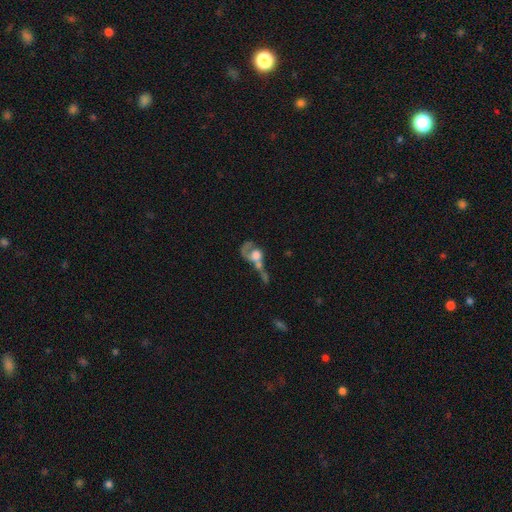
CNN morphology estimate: Smooth or featured: featured or disk — 53% (smooth — 37%)
Edge-on disk: no — 93% (yes — 7%)
Merging: merger — 48% (major disturbance — 31%)